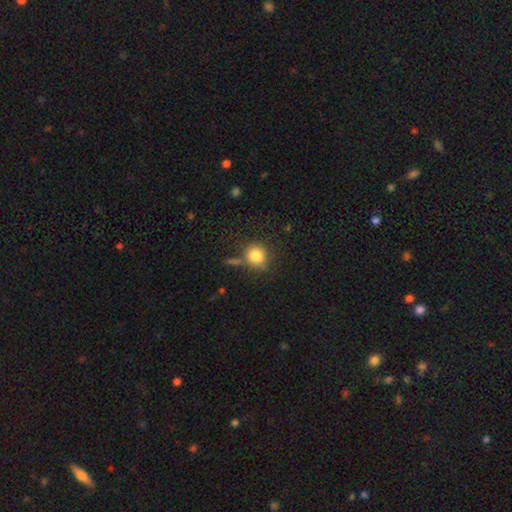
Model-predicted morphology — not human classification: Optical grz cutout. It shows a smooth galaxy with no disk features (83%) that is round (85%). Merging: none (70%).